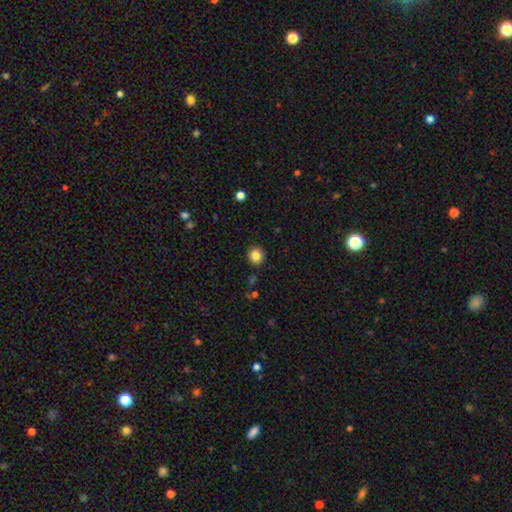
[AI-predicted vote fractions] smooth 84%, star or artifact 11%, featured or disk 5%. Down the decision tree: how rounded — round (87%); merging — none (90%).